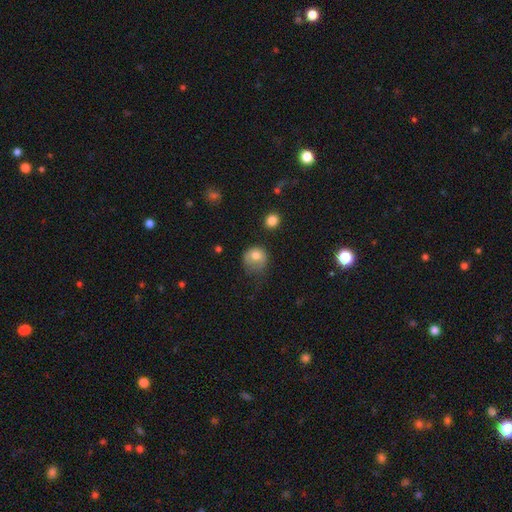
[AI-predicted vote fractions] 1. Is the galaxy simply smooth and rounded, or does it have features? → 74% smooth, 17% featured or disk, 9% star or artifact.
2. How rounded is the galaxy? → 76% round, 23% in between, 1% cigar-shaped.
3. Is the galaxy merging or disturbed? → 37% none, 33% minor disturbance, 27% major disturbance, 3% merger.